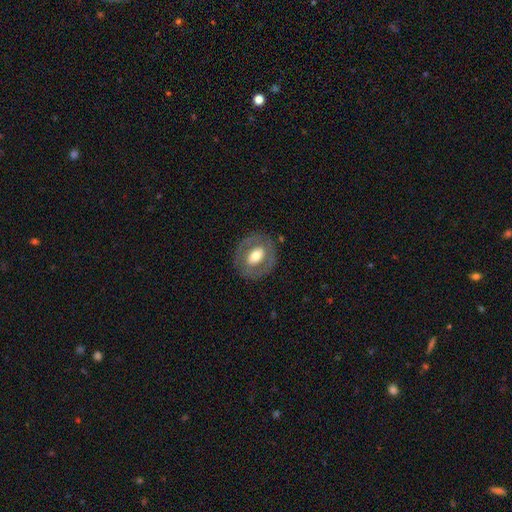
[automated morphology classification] A featured or disk galaxy (50%). Merging: none (81%).